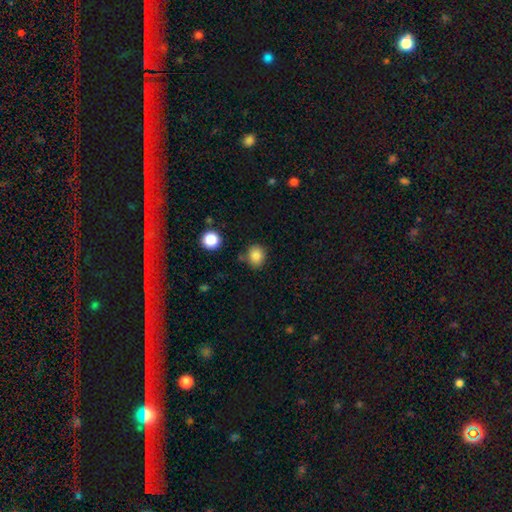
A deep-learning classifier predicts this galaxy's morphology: This appears to be a smooth galaxy with no disk features (83%) that is round (75%). Merging: none (80%).